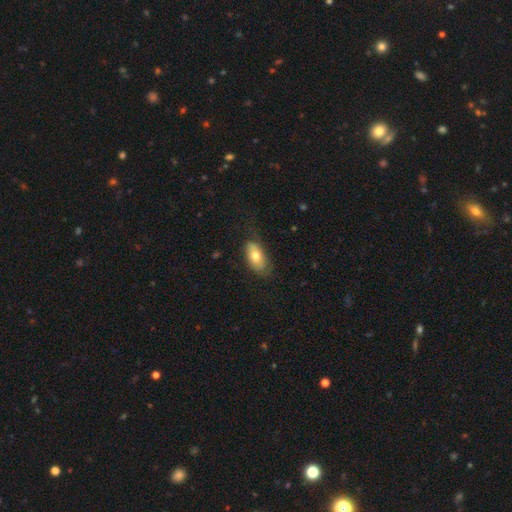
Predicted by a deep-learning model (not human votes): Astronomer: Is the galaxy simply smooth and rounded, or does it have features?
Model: smooth — 67%.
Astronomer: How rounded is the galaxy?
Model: in between — 90%.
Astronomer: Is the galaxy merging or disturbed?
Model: none — 65%.